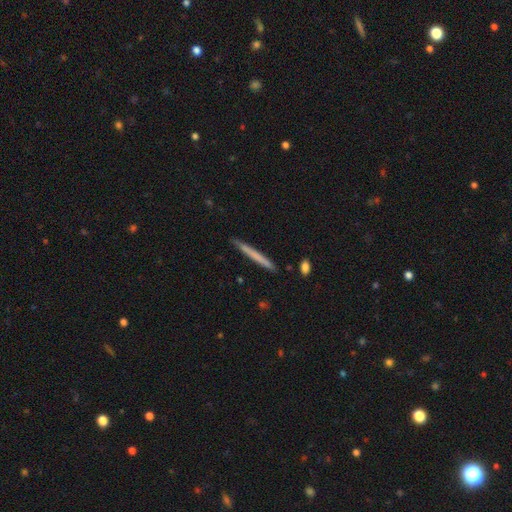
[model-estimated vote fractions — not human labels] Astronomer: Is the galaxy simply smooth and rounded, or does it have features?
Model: smooth — 62%.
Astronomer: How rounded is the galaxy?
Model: cigar-shaped — 97%.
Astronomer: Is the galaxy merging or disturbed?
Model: none — 89%.